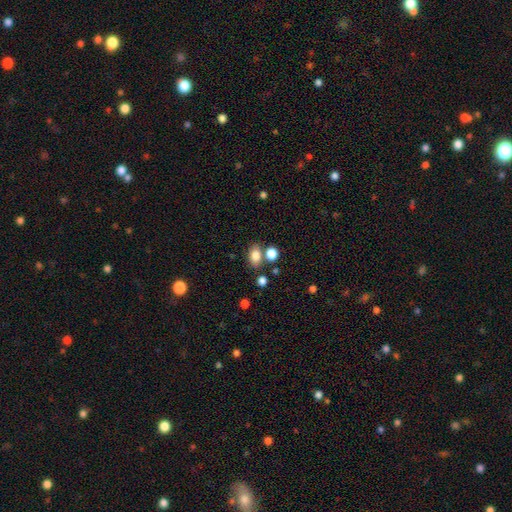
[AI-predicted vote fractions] smooth-or-featured: smooth: 81% | star or artifact: 11% | featured or disk: 8%
  how-rounded: in between: 74% | round: 24% | cigar-shaped: 2%
  merging: none: 68% | merger: 17% | minor disturbance: 11% | major disturbance: 4%